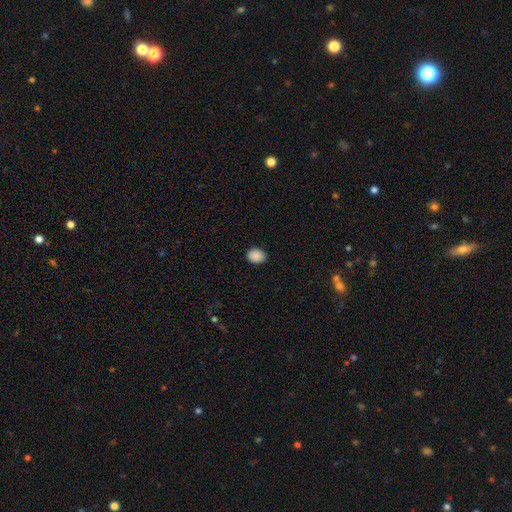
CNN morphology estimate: Smooth or featured? Predicted: smooth (p=0.89). How rounded? Predicted: in between (p=0.59). Merging? Predicted: none (p=0.90).